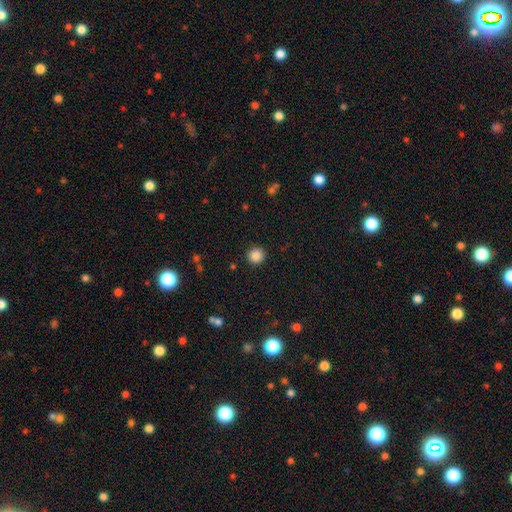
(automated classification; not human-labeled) smooth_or_featured: smooth (p=0.87) [alt: star or artifact p=0.10]
how_rounded: round (p=0.93) [alt: in between p=0.06]
merging: none (p=0.92) [alt: minor disturbance p=0.05]